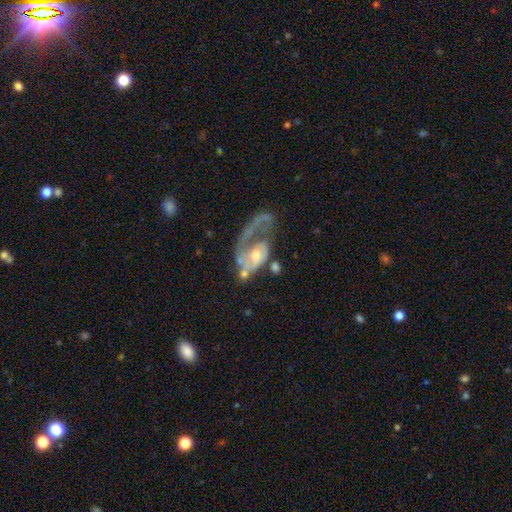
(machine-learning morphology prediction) smooth_or_featured: featured or disk (p=0.75) [alt: smooth p=0.18]
disk_edge_on: no (p=0.96) [alt: yes p=0.04]
bar: no (p=0.71) [alt: weak p=0.24]
has_spiral_arms: yes (p=0.72) [alt: no p=0.28]
spiral_winding: loose (p=0.42) [alt: medium p=0.34]
spiral_arm_count: 1 (p=0.72) [alt: 2 p=0.14]
bulge_size: moderate (p=0.51) [alt: small p=0.35]
merging: major disturbance (p=0.49) [alt: none p=0.23]